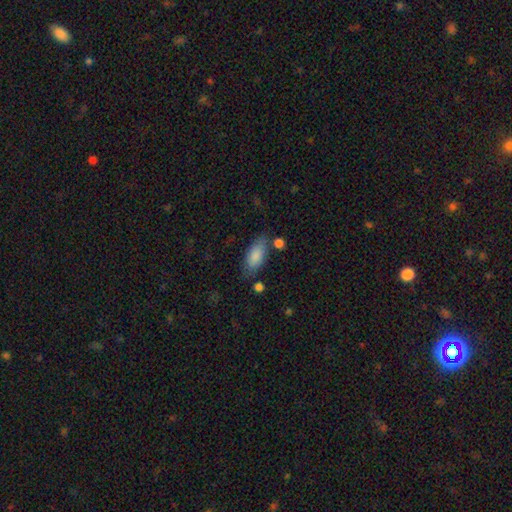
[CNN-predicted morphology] A smooth galaxy with no disk features (85%) that is in between round and cigar-shaped (88%). Merging: none (68%).